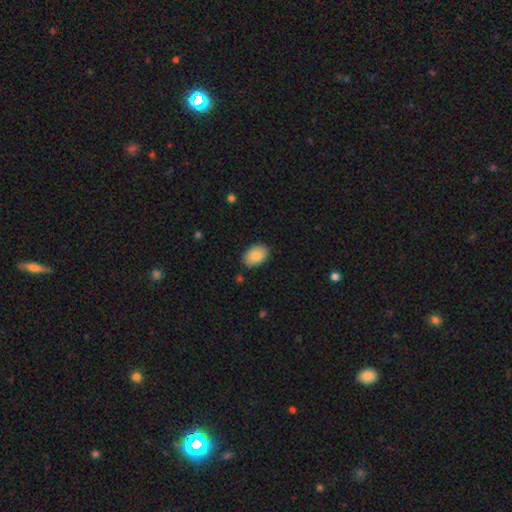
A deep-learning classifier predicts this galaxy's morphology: This appears to be a smooth galaxy with no disk features (85%) that is in between round and cigar-shaped (86%). Merging: none (84%).